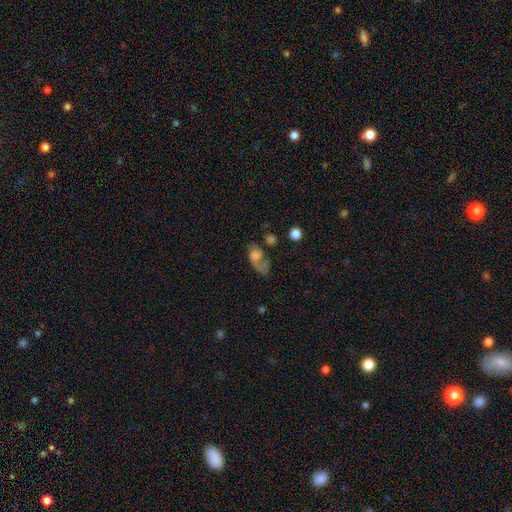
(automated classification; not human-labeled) Q: Smooth or featured?
A: smooth (45%); runner-up: featured or disk (41%)
Q: Merging?
A: major disturbance (42%); runner-up: none (28%)